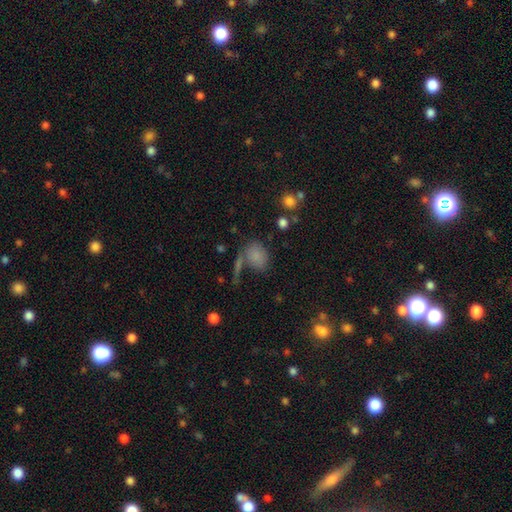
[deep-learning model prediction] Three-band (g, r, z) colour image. It shows a smooth galaxy with no disk features (79%) that is in between round and cigar-shaped (56%). Merging: none (54%).